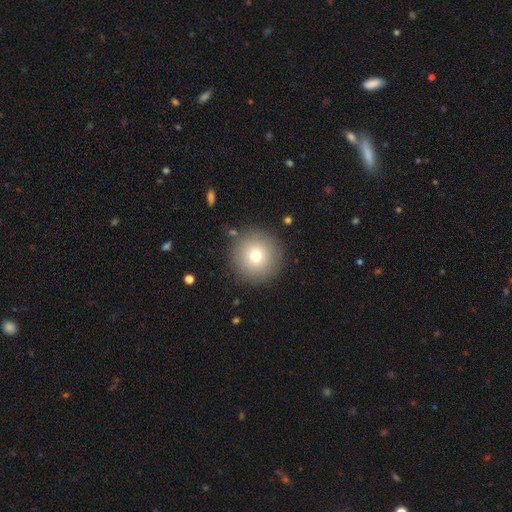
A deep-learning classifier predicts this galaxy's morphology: smooth 75%, featured or disk 14%, star or artifact 11%. Down the decision tree: how rounded — round (96%); merging — none (88%).